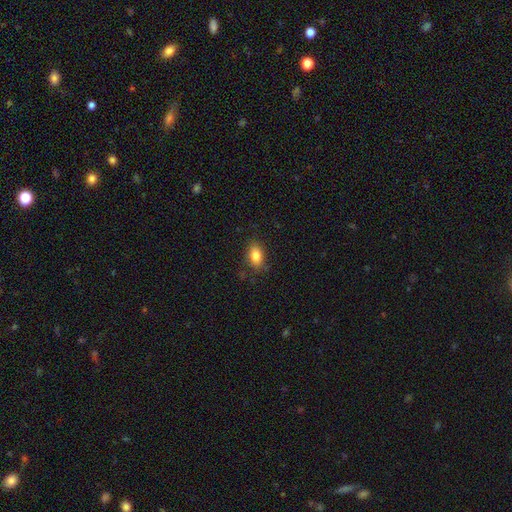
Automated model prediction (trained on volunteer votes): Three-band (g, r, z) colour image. It shows a smooth galaxy with no disk features (84%) that is in between round and cigar-shaped (86%). Merging: none (82%).